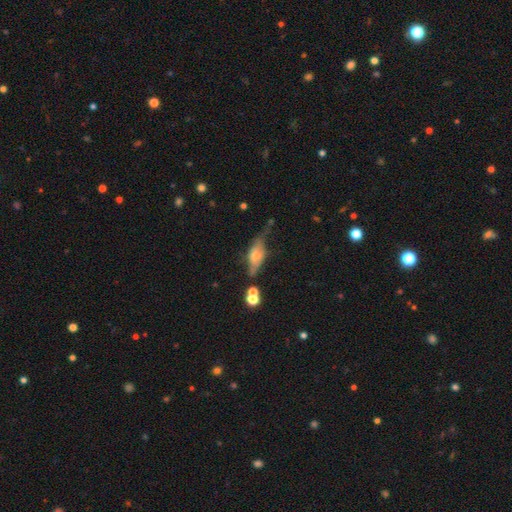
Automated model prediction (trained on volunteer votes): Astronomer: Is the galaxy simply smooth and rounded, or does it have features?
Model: featured or disk — 56% (runner-up: smooth, 35%).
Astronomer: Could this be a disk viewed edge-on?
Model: yes — 68%.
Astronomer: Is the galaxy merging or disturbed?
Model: none — 44% (runner-up: minor disturbance, 28%).